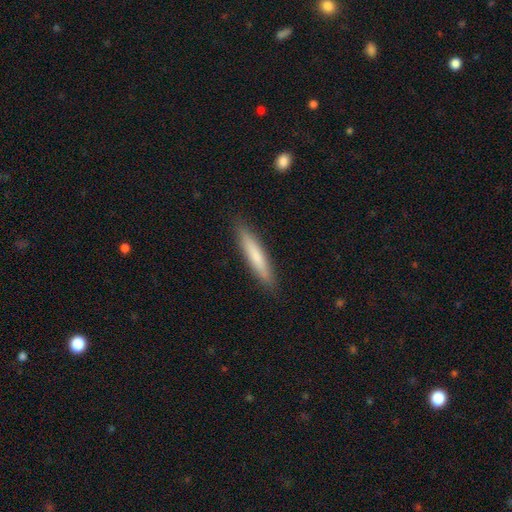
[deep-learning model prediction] Smooth or featured? smooth (73%)
How rounded? cigar-shaped (92%)
Merging? none (90%)